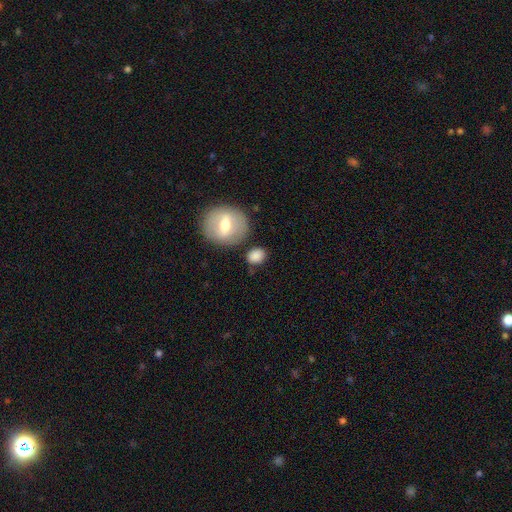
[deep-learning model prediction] smooth-or-featured: smooth: 82% | featured or disk: 10% | star or artifact: 8%
  how-rounded: round: 55% | in between: 43% | cigar-shaped: 2%
  merging: none: 73% | minor disturbance: 15% | merger: 7% | major disturbance: 5%